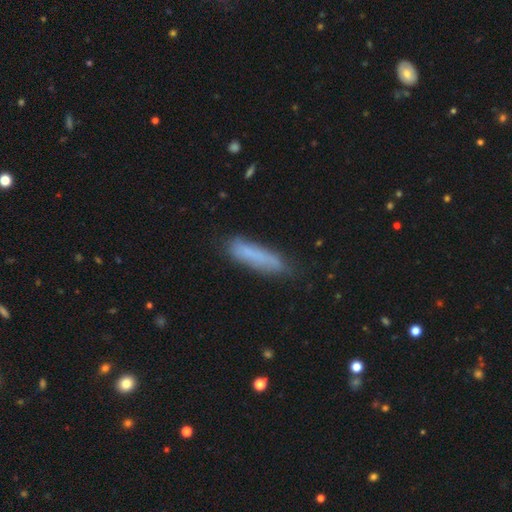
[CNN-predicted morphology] type=smooth (72%); roundness=cigar-shaped (78%); merging=none (72%).